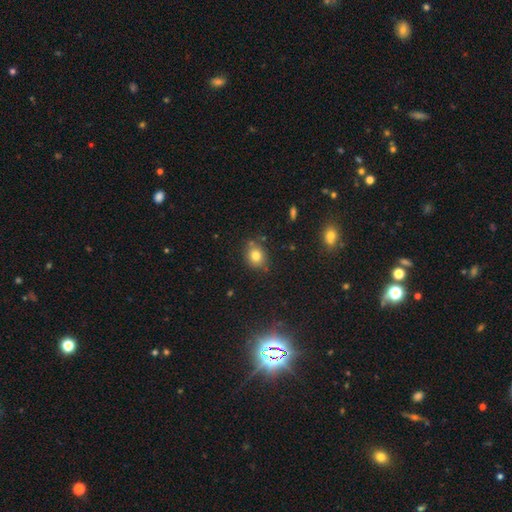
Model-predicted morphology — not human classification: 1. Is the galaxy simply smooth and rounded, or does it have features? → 78% smooth, 13% star or artifact, 9% featured or disk.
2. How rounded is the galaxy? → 66% round, 33% in between, 1% cigar-shaped.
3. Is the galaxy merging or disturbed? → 78% none, 13% minor disturbance, 6% merger, 3% major disturbance.